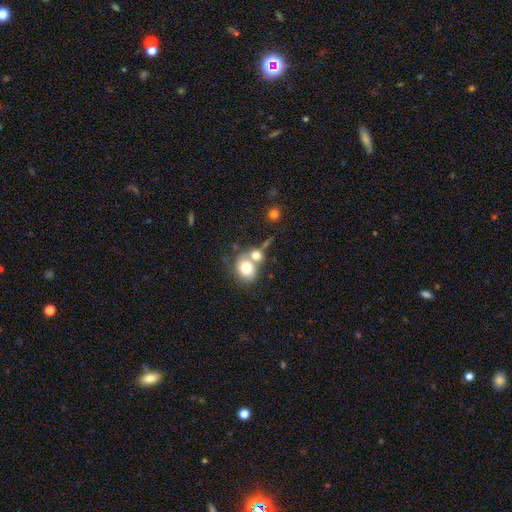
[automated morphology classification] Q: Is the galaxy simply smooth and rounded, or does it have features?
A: smooth — 71%.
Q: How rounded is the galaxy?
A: round — 55%.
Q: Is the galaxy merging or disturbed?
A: merger — 53%.